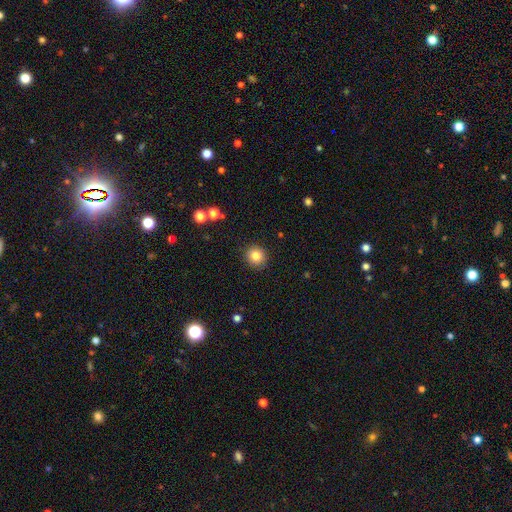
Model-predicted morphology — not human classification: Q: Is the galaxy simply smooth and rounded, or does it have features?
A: smooth — 83%.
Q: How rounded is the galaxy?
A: round — 91%.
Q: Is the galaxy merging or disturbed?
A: none — 91%.